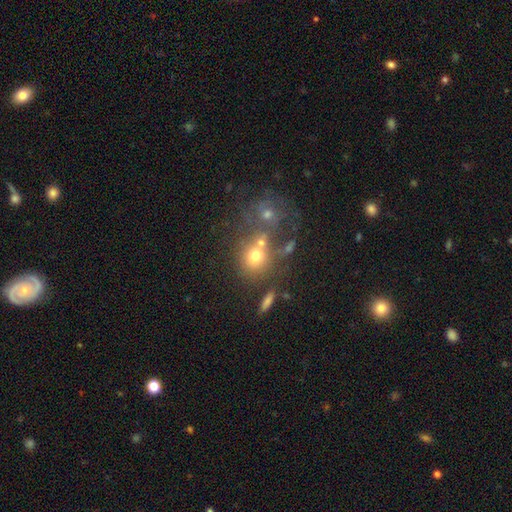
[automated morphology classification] This is likely a smooth galaxy (69%). How rounded: likely round (75%). Merging: possibly none (47%).